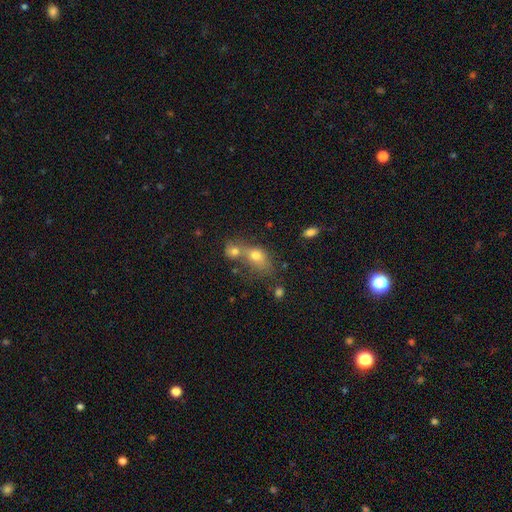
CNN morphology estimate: smooth_or_featured: smooth (p=0.73) [alt: featured or disk p=0.15]
how_rounded: in between (p=0.61) [alt: round p=0.36]
merging: merger (p=0.60) [alt: none p=0.25]